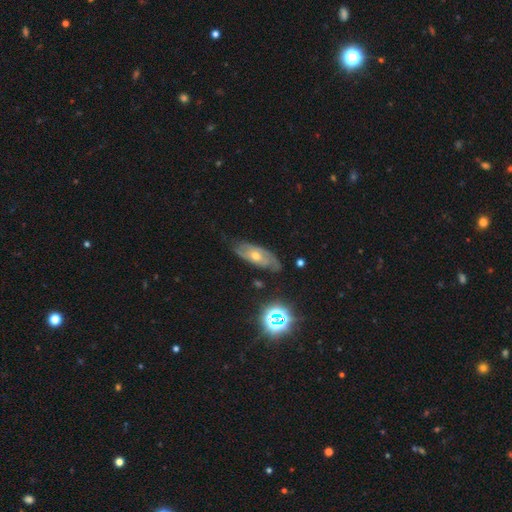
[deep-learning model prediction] Smooth or featured? featured or disk (65%)
Edge-on disk? no (84%)
Bar? no (73%)
Spiral arms? yes (81%)
Bulge size? moderate (60%)
Merging? none (70%)